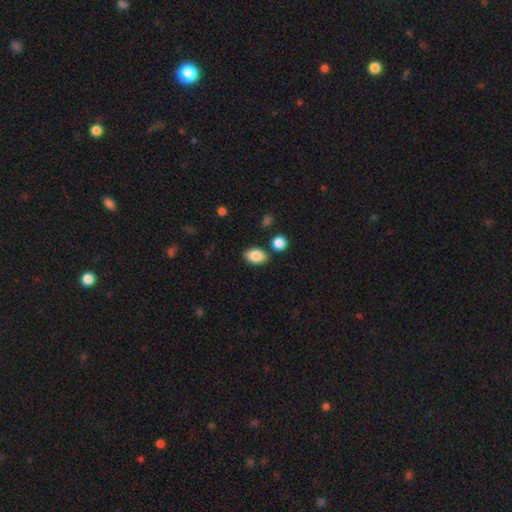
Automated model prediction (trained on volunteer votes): A smooth galaxy with no disk features (85%) that is in between round and cigar-shaped (85%).

Vote fractions:
- Smooth or featured? smooth: 85% / star or artifact: 8% / featured or disk: 7%
- How rounded? in between: 85% / round: 14% / cigar-shaped: 2%
- Merging? none: 79% / minor disturbance: 12% / merger: 6% / major disturbance: 3%